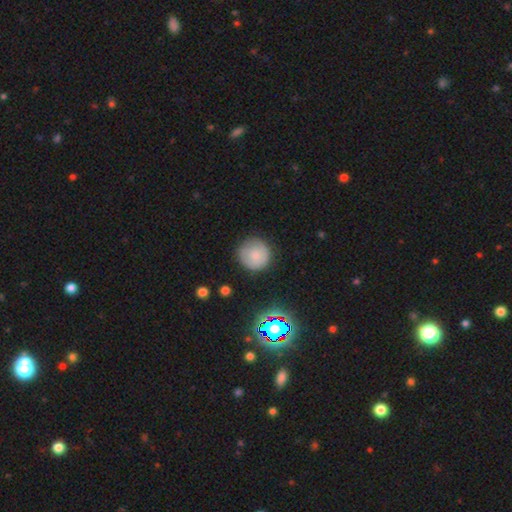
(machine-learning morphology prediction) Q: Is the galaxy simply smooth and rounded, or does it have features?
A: smooth — 77%.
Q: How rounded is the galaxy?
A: round — 95%.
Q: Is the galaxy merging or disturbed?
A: none — 81%.